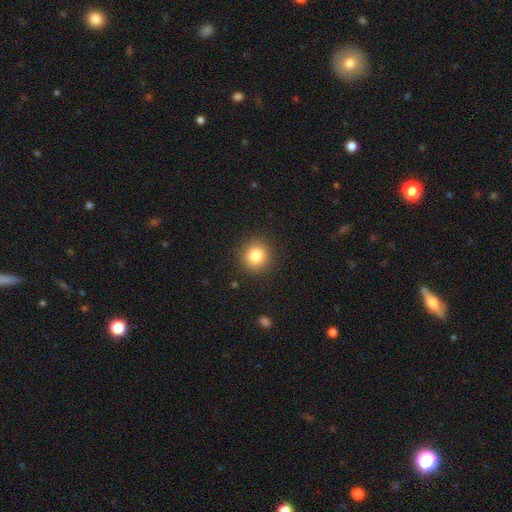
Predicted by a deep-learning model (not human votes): smooth_or_featured: smooth (p=0.83) [alt: star or artifact p=0.11]
how_rounded: round (p=0.91) [alt: in between p=0.08]
merging: none (p=0.90) [alt: minor disturbance p=0.06]